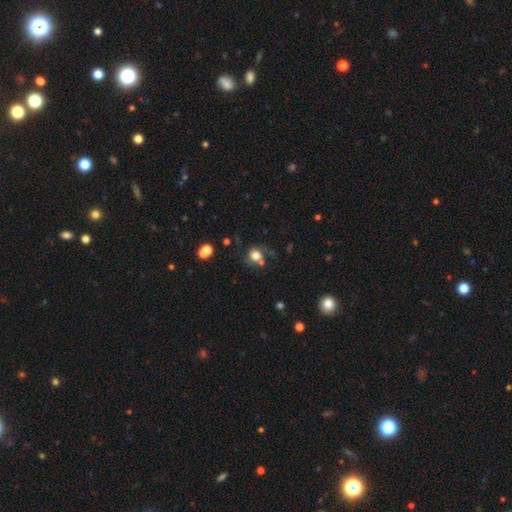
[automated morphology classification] type=smooth (77%); roundness=round (84%); merging=none (62%).